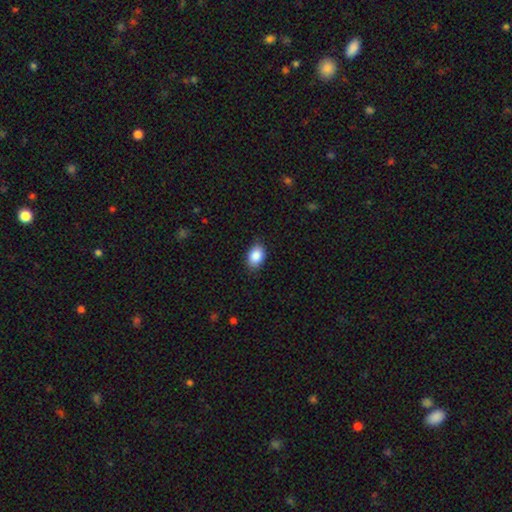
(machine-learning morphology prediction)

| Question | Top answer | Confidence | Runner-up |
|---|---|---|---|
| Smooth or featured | smooth | 88% | star or artifact (7%) |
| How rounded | in between | 83% | round (15%) |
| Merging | none | 84% | minor disturbance (12%) |